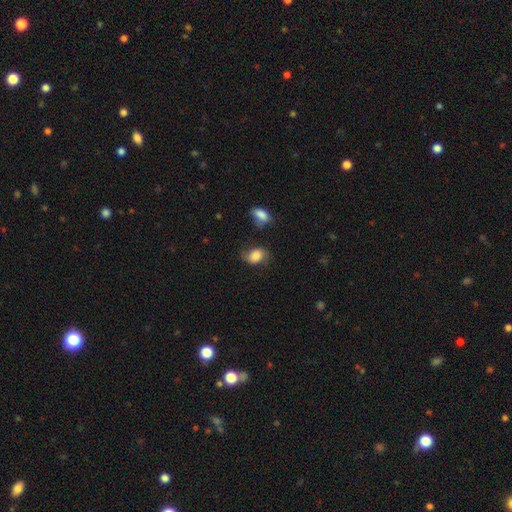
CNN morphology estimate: Smooth or featured? smooth (75%)
How rounded? in between (72%)
Merging? none (59%)